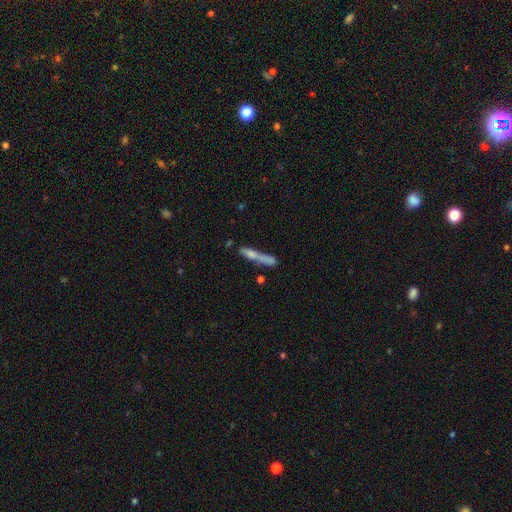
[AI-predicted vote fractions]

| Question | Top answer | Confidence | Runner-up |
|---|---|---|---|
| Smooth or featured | smooth | 48% | featured or disk (40%) |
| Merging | none | 51% | merger (19%) |